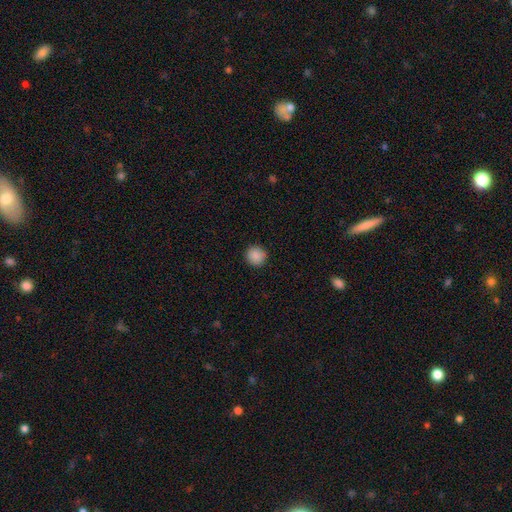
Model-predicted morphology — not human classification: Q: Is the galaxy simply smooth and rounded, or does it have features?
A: smooth — 89%.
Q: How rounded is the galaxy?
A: round — 94%.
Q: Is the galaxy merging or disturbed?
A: none — 92%.